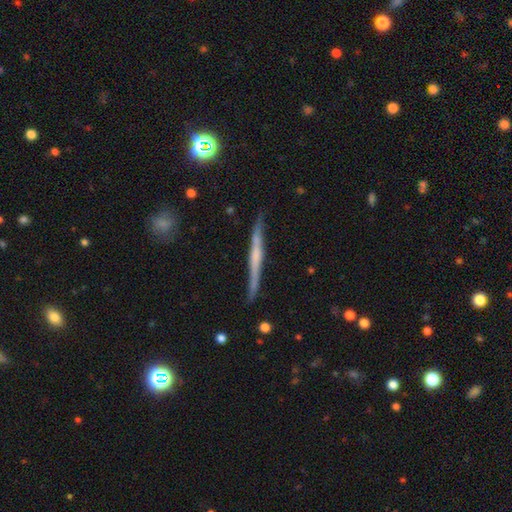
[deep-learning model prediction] Morphology: type=featured or disk (65%); edge-on=yes (96%); edge-on bulge=none (53%); merging=none (84%).